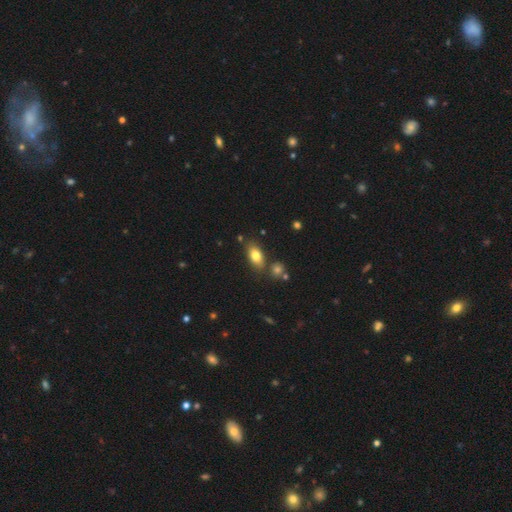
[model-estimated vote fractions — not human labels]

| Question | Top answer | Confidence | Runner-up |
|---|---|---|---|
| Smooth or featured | smooth | 80% | featured or disk (12%) |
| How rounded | in between | 87% | round (8%) |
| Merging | none | 76% | minor disturbance (12%) |